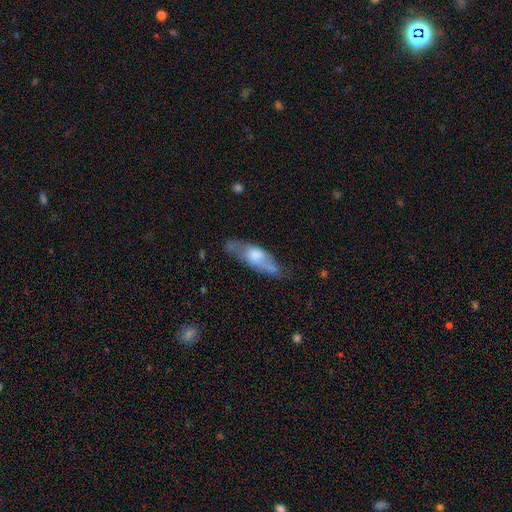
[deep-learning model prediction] Smooth or featured?
  - smooth: 53% *
  - featured or disk: 41%
  - star or artifact: 6%
How rounded?
  - in between: 58% *
  - cigar-shaped: 40%
  - round: 3%
Merging?
  - none: 59% *
  - minor disturbance: 27%
  - major disturbance: 11%
  - merger: 3%